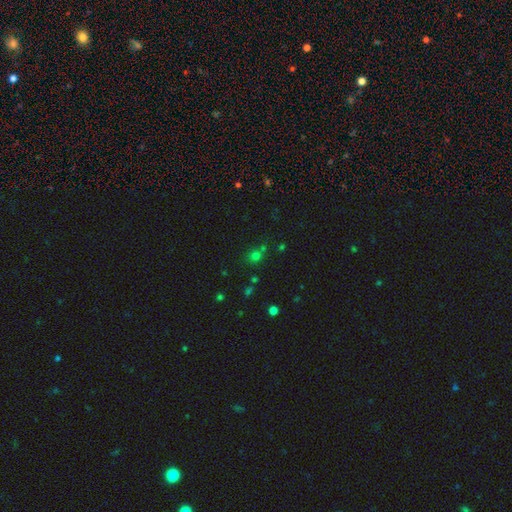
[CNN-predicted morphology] A smooth galaxy with no disk features (61%) that is round (83%). Merging: none (68%).